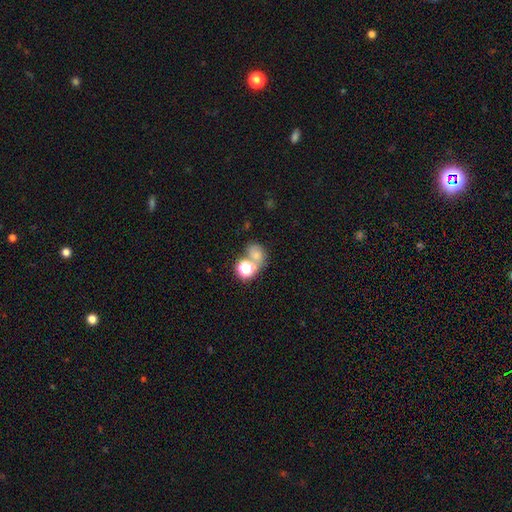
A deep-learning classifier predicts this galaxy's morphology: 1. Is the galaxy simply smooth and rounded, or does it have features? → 62% smooth, 24% star or artifact, 14% featured or disk.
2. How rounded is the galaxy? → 59% round, 39% in between, 1% cigar-shaped.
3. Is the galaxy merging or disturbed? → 42% merger, 39% none, 11% minor disturbance, 8% major disturbance.